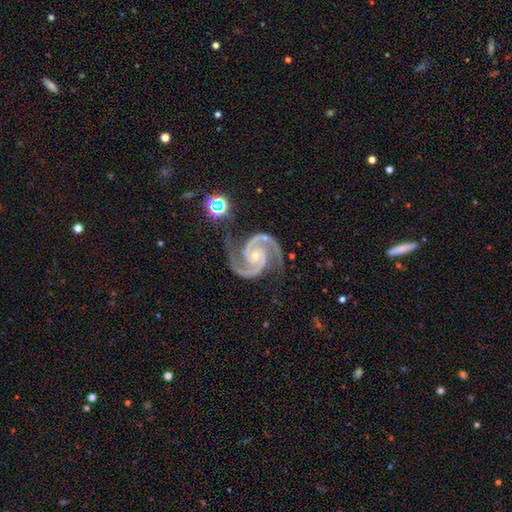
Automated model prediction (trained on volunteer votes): Morphology: type=featured or disk (94%); edge-on=no (99%); bar=no (64%); spiral arms=yes (99%); winding=medium (60%); arm count=2 (93%); bulge=small (66%); merging=none (75%).